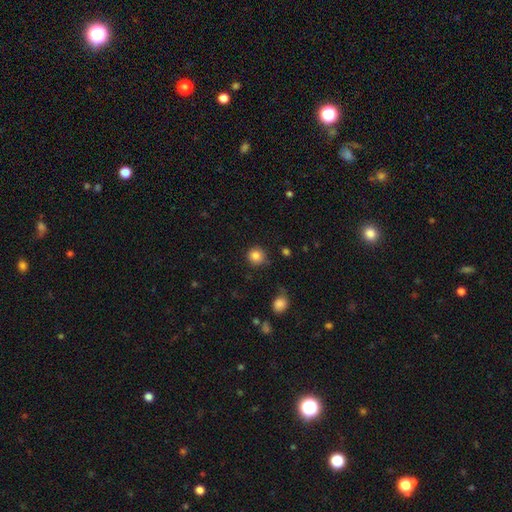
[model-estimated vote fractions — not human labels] A smooth galaxy with no disk features (84%) that is round (92%). Merging: none (86%).